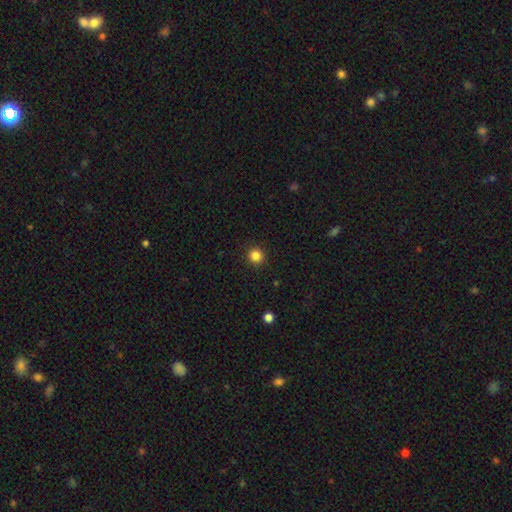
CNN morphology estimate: Smooth or featured? smooth (85%)
How rounded? round (94%)
Merging? none (92%)